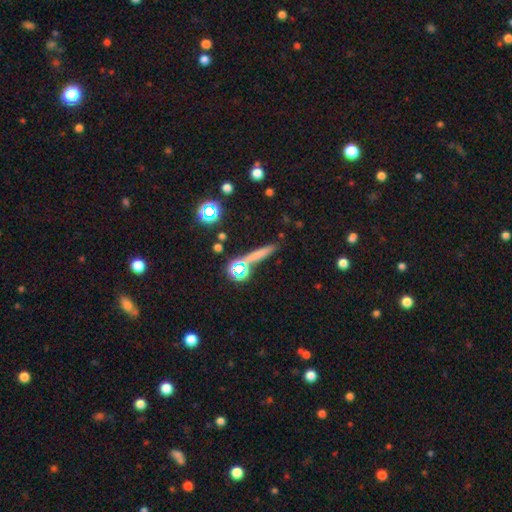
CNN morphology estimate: smooth-or-featured: smooth: 62% | featured or disk: 21% | star or artifact: 17%
  how-rounded: cigar-shaped: 84% | round: 8% | in between: 7%
  merging: none: 76% | minor disturbance: 11% | merger: 9% | major disturbance: 4%